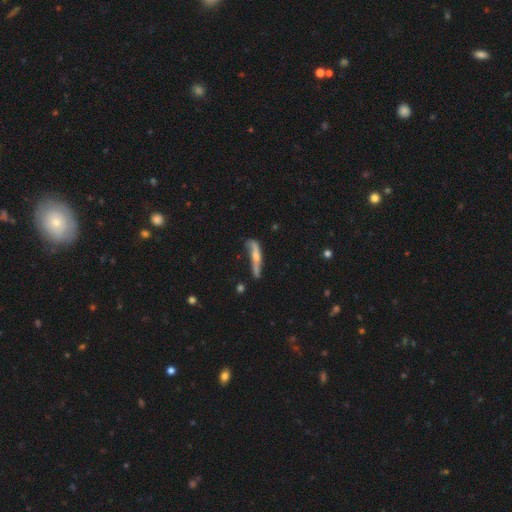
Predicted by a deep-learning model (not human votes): Smooth or featured? Predicted: featured or disk (p=0.57). Edge-on disk? Predicted: yes (p=0.70). Merging? Predicted: none (p=0.46).